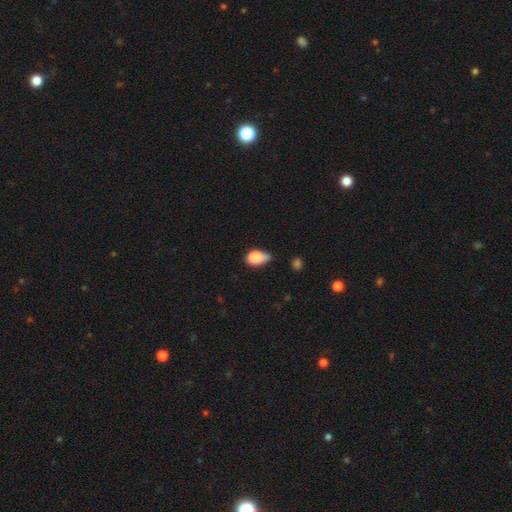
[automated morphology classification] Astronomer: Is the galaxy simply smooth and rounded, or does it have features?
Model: smooth — 78%.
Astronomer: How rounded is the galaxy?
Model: in between — 80%.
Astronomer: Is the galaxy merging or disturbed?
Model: minor disturbance — 42% (runner-up: none, 27%).